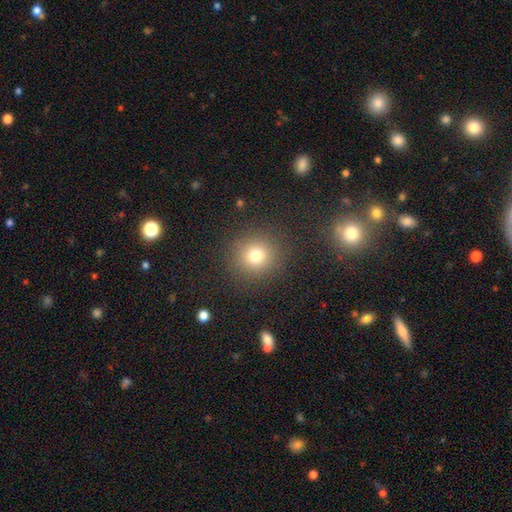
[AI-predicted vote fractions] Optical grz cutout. It shows a smooth galaxy with no disk features (75%) that is round (92%). Merging: none (88%).